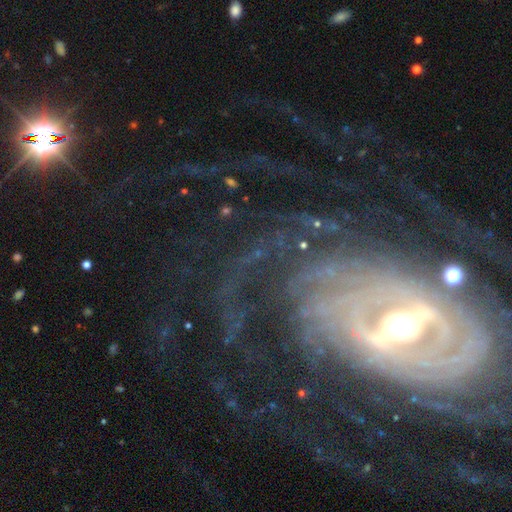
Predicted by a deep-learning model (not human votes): This is clearly a featured or disk galaxy (88%). It is clearly not viewed edge-on (93%). Bar: marginally strong (43%). Spiral arm pattern: clearly yes (91%). Spiral arm count: marginally can't tell (29%). Spiral winding: possibly tight (60%). Central bulge: likely moderate (62%). Merging: likely none (66%).